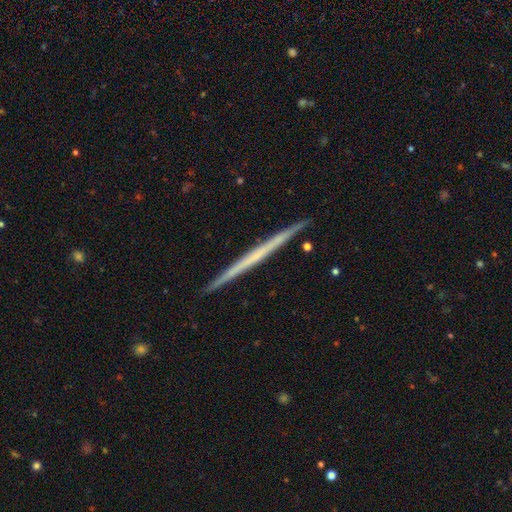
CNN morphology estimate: Overall: featured or disk (59%; smooth 35%). Edge-on disk: yes (98%). Edge-on bulge: none (91%). Merging: none (92%).